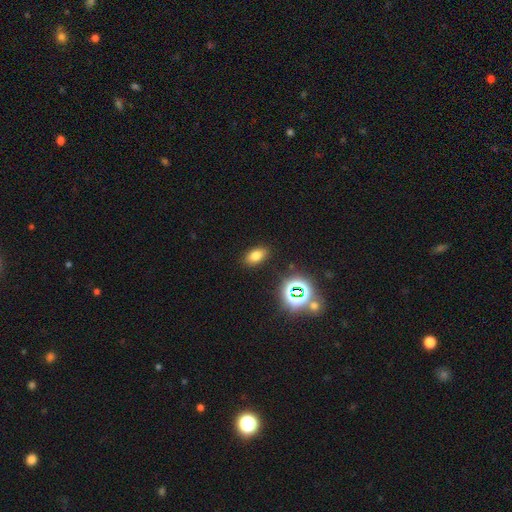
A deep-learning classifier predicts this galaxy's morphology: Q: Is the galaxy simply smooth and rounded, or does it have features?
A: smooth — 72%.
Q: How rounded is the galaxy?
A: in between — 87%.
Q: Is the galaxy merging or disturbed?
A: none — 87%.